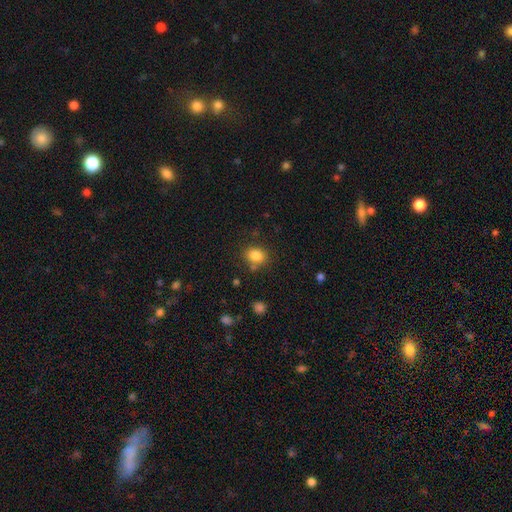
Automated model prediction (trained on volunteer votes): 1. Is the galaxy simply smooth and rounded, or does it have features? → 84% smooth, 10% star or artifact, 6% featured or disk.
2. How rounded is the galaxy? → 50% round, 49% in between, 1% cigar-shaped.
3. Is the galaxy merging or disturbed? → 76% none, 13% minor disturbance, 7% merger, 4% major disturbance.